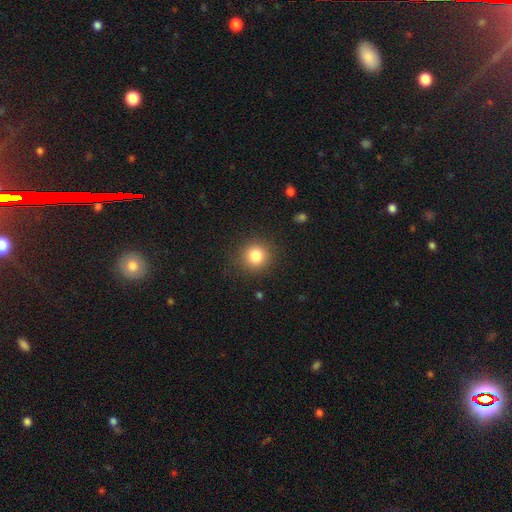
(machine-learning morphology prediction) A smooth galaxy with no disk features (83%) that is round (92%).

Vote fractions:
- Smooth or featured? smooth: 83% / star or artifact: 11% / featured or disk: 6%
- How rounded? round: 92% / in between: 7% / cigar-shaped: 1%
- Merging? none: 88% / minor disturbance: 8% / major disturbance: 3% / merger: 1%